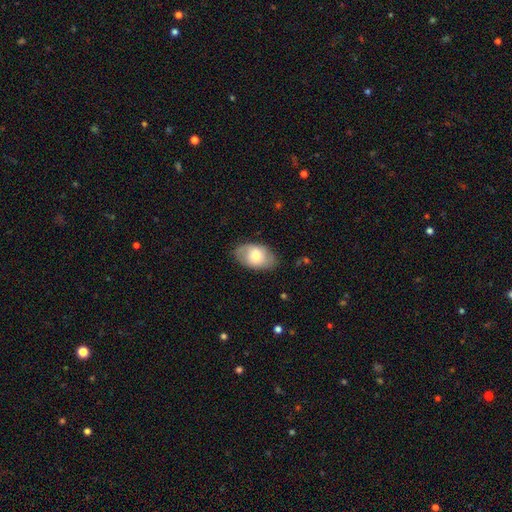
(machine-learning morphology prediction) Smooth or featured? Predicted: smooth (p=0.63). How rounded? Predicted: in between (p=0.90). Merging? Predicted: none (p=0.78).